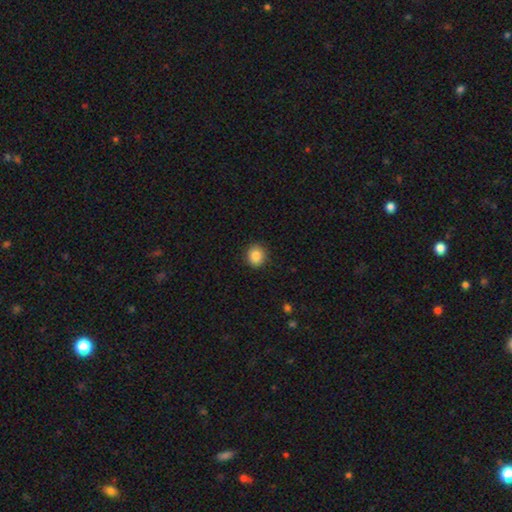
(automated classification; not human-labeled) Overall: smooth (86%). How rounded: round (80%). Merging: none (89%).